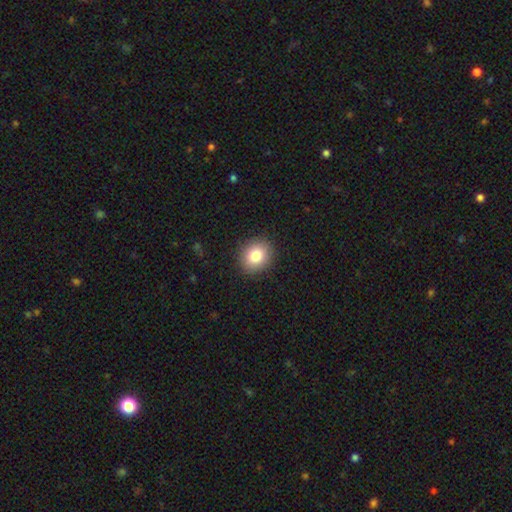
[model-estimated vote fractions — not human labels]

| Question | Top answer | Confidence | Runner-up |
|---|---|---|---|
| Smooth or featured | smooth | 82% | star or artifact (9%) |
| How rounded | round | 67% | in between (33%) |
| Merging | none | 90% | minor disturbance (7%) |